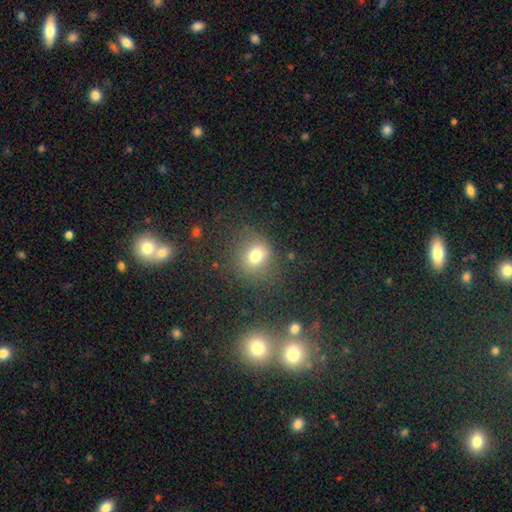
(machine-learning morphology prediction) Overall: smooth (74%). How rounded: round (69%; in between 30%). Merging: none (75%).